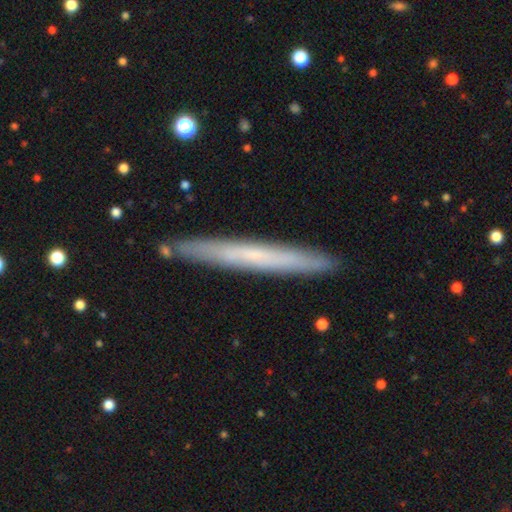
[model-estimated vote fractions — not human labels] Smooth or featured?
  - featured or disk: 51% *
  - smooth: 43%
  - star or artifact: 6%
Edge-on disk?
  - yes: 93% *
  - no: 7%
Merging?
  - none: 90% *
  - minor disturbance: 7%
  - merger: 1%
  - major disturbance: 1%